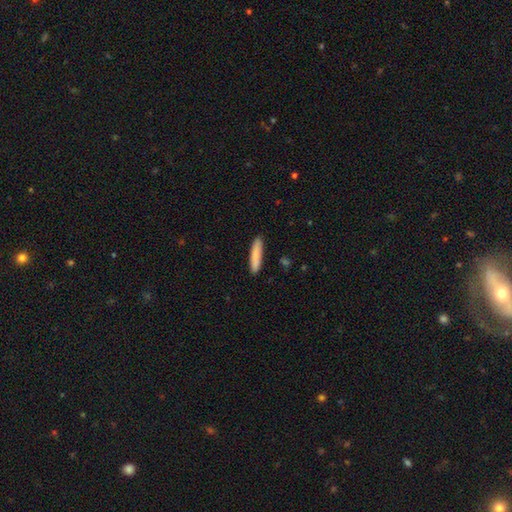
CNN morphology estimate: This is clearly a smooth galaxy (84%). How rounded: clearly cigar-shaped (86%). Merging: clearly none (88%).